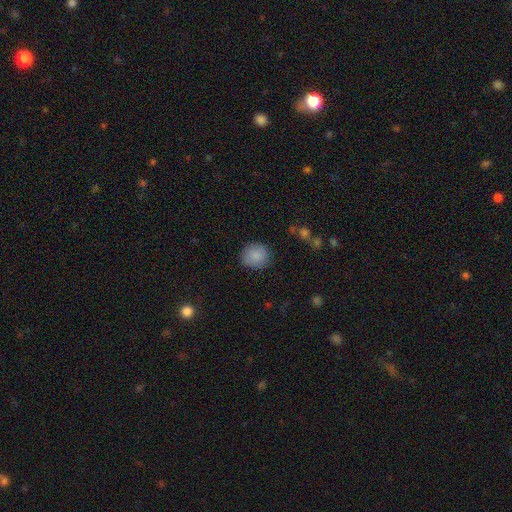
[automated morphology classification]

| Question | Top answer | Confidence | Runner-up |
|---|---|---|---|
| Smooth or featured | smooth | 87% | star or artifact (7%) |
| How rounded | round | 84% | in between (15%) |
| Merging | none | 84% | minor disturbance (12%) |